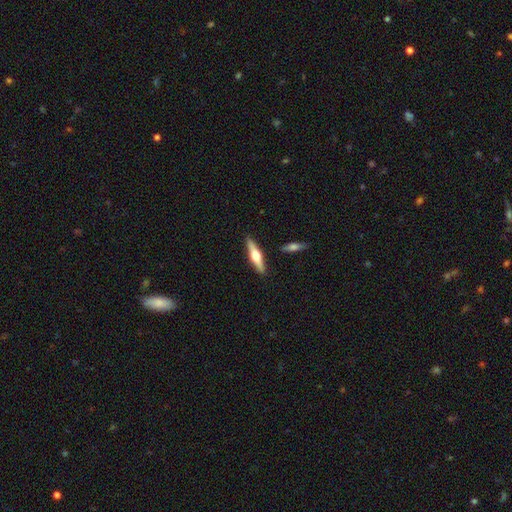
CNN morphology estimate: Q: Smooth or featured?
A: featured or disk (59%); runner-up: smooth (35%)
Q: Edge-on disk?
A: yes (95%); runner-up: no (5%)
Q: Edge-on bulge?
A: rounded (95%); runner-up: boxy (3%)
Q: Merging?
A: none (87%); runner-up: minor disturbance (8%)